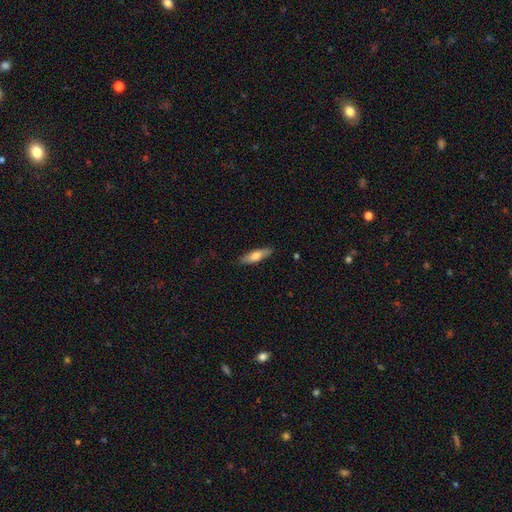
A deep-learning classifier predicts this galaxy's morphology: This is likely a smooth galaxy (66%). How rounded: possibly cigar-shaped (56%). Merging: clearly none (85%).